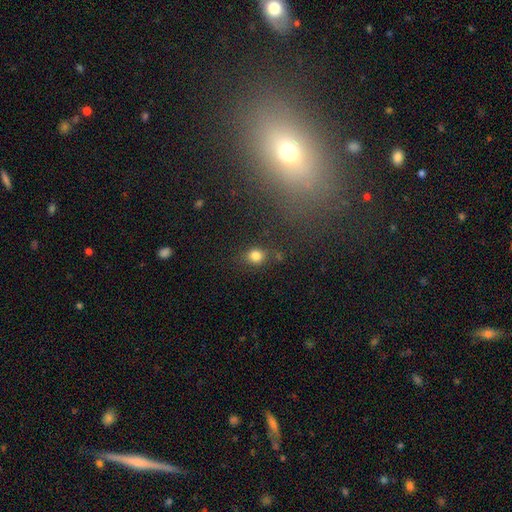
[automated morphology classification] This is clearly a smooth galaxy (81%). How rounded: likely round (66%). Merging: likely none (75%).